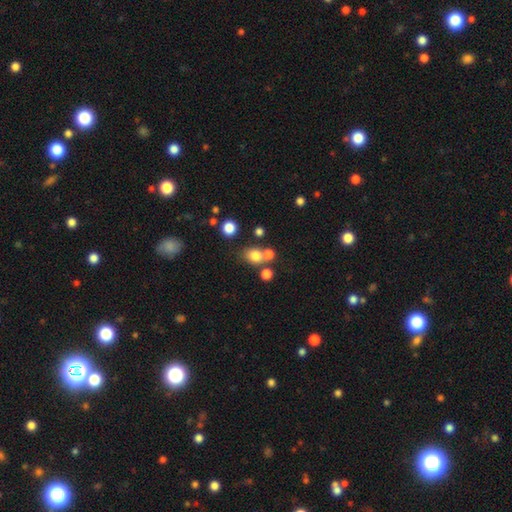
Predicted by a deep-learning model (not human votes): smooth-or-featured: smooth: 76% | star or artifact: 14% | featured or disk: 9%
  how-rounded: round: 63% | in between: 36% | cigar-shaped: 1%
  merging: none: 55% | merger: 30% | minor disturbance: 11% | major disturbance: 5%